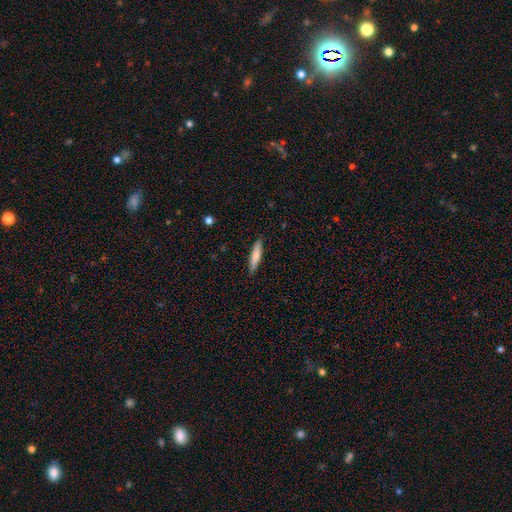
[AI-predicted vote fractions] Smooth or featured? Predicted: smooth (p=0.78). How rounded? Predicted: cigar-shaped (p=0.85). Merging? Predicted: none (p=0.88).